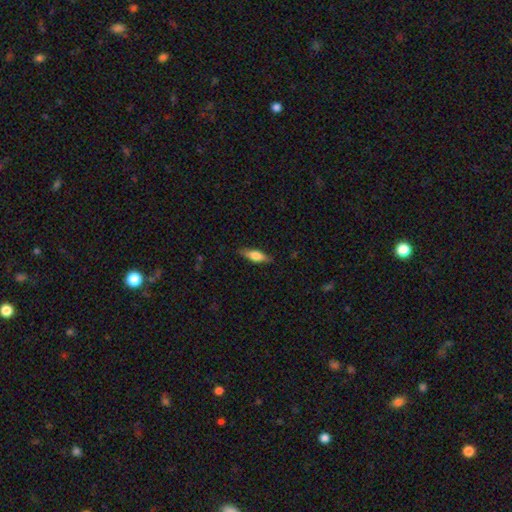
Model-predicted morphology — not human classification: This is possibly a smooth galaxy (58%). How rounded: possibly cigar-shaped (49%). Merging: clearly none (85%).